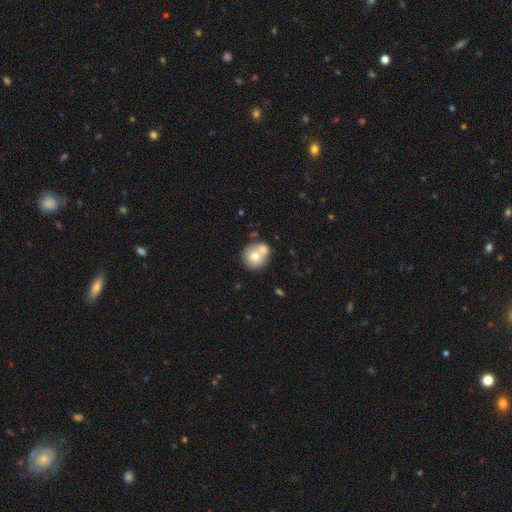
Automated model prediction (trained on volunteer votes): Smooth or featured: smooth — 70% (featured or disk — 22%)
How rounded: round — 87% (in between — 12%)
Merging: none — 48% (merger — 38%)